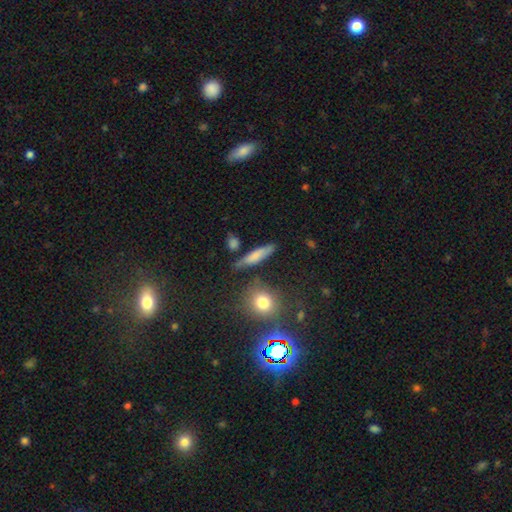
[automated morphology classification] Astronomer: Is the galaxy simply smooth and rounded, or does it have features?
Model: smooth — 72%.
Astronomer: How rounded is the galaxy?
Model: cigar-shaped — 75%.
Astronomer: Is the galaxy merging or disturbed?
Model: none — 75%.